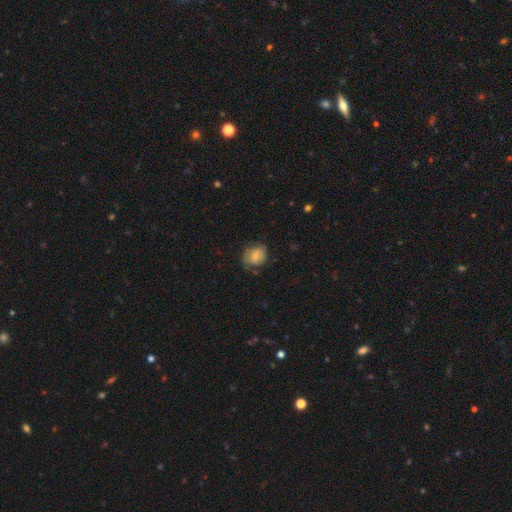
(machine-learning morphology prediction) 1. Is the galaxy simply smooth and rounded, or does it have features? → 74% smooth, 18% featured or disk, 9% star or artifact.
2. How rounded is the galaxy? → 60% round, 39% in between, 1% cigar-shaped.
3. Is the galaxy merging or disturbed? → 60% none, 28% minor disturbance, 10% major disturbance, 2% merger.